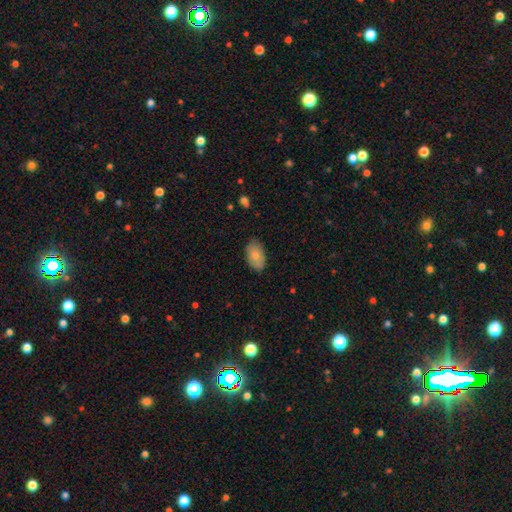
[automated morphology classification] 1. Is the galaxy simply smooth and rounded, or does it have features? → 85% smooth, 9% featured or disk, 6% star or artifact.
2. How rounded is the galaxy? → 94% in between, 5% round, 2% cigar-shaped.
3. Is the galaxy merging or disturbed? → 82% none, 15% minor disturbance, 3% major disturbance, 1% merger.